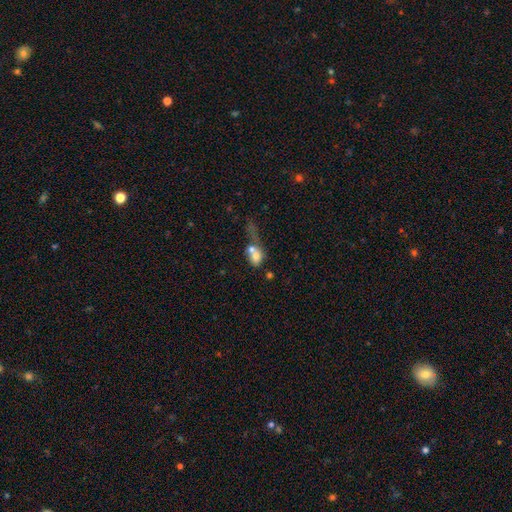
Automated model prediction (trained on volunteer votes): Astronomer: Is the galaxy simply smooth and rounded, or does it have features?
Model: smooth — 65%.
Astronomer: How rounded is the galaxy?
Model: in between — 55% (runner-up: round, 41%).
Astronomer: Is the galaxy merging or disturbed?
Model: merger — 61%.